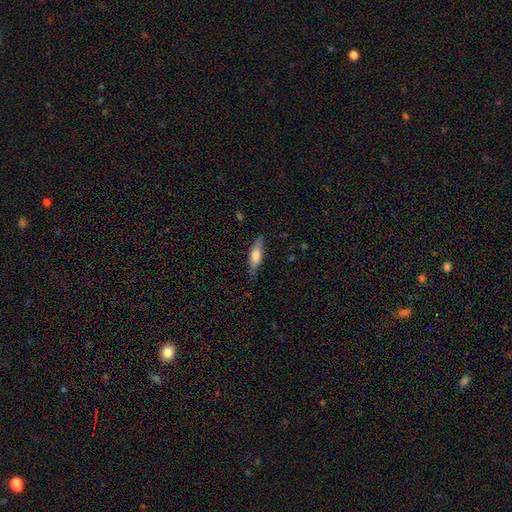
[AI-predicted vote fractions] A smooth galaxy with no disk features (67%) that is cigar-shaped (57%). Merging: none (80%).